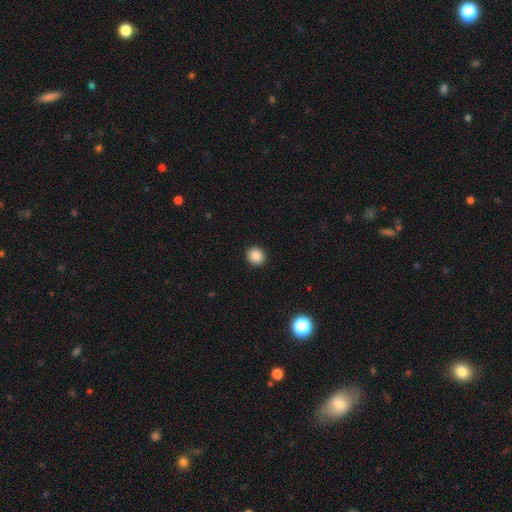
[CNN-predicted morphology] type=smooth (88%); roundness=round (86%); merging=none (93%).